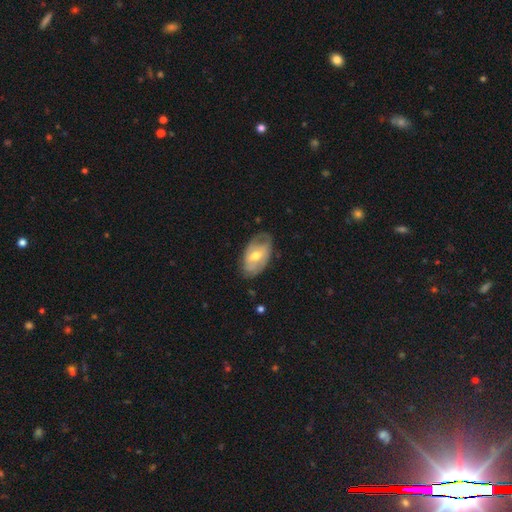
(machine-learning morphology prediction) A featured or disk galaxy (58%) with a weak bar (44%), spiral arms (61%) and a moderate central bulge (69%).

Vote fractions:
- Smooth or featured? featured or disk: 58% / smooth: 36% / star or artifact: 6%
- Edge-on disk? no: 92% / yes: 8%
- Bar? weak: 44% / no: 37% / strong: 19%
- Spiral arms? yes: 61% / no: 39%
- Bulge size? moderate: 69% / small: 24% / large: 5% / none: 1% / dominant: 1%
- Merging? none: 65% / minor disturbance: 26% / major disturbance: 8% / merger: 1%